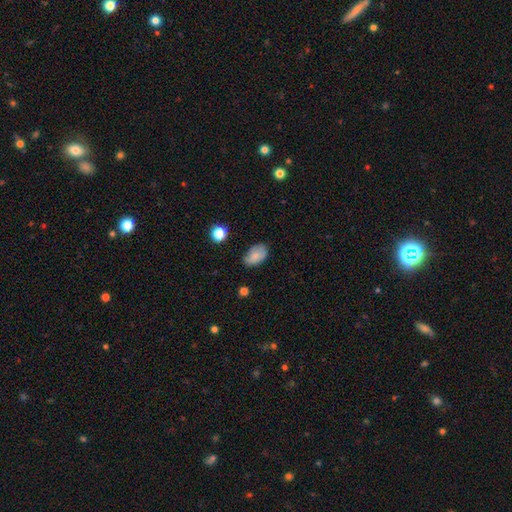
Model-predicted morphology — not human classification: A smooth galaxy with no disk features (80%) that is in between round and cigar-shaped (90%).

Vote fractions:
- Smooth or featured? smooth: 80% / featured or disk: 11% / star or artifact: 9%
- How rounded? in between: 90% / round: 9% / cigar-shaped: 1%
- Merging? none: 63% / minor disturbance: 29% / major disturbance: 6% / merger: 2%